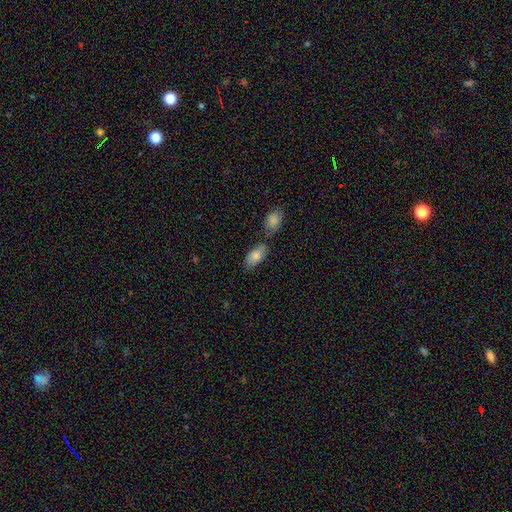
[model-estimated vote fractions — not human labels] The model was most divided on "merging": none: 58%, merger: 22%, minor disturbance: 16%, major disturbance: 4%. More confident: how rounded — in between (92%); smooth or featured — smooth (81%).